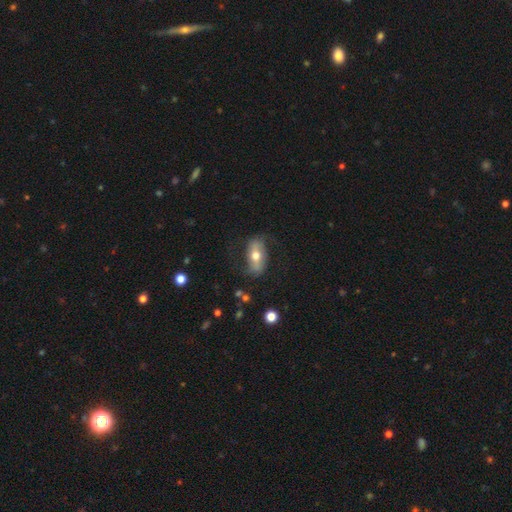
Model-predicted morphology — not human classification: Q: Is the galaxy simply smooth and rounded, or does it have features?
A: featured or disk — 51%.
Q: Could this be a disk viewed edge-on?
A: no — 84%.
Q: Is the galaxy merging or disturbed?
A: none — 68%.